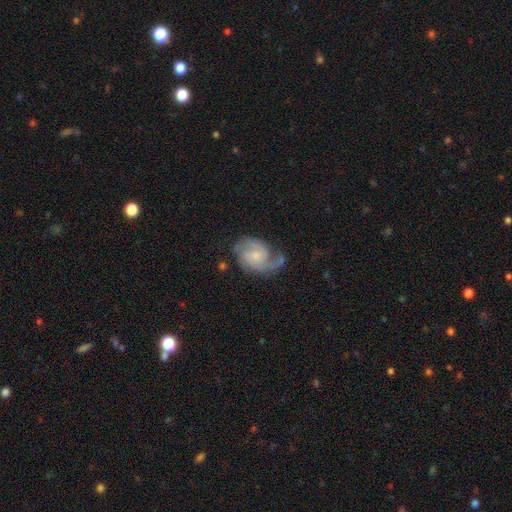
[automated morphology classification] Smooth or featured?
  - featured or disk: 83% *
  - smooth: 12%
  - star or artifact: 5%
Edge-on disk?
  - no: 98% *
  - yes: 2%
Bar?
  - no: 64% *
  - weak: 32%
  - strong: 4%
Spiral arms?
  - yes: 96% *
  - no: 4%
Spiral winding?
  - medium: 47% *
  - tight: 35%
  - loose: 17%
Spiral arm count?
  - 2: 63% *
  - 3: 15%
  - can't tell: 11%
  - 1: 6%
  - 4: 3%
  - more than 4: 3%
Bulge size?
  - small: 58% *
  - moderate: 29%
  - none: 9%
  - large: 3%
  - dominant: 1%
Merging?
  - none: 56% *
  - minor disturbance: 25%
  - major disturbance: 15%
  - merger: 4%